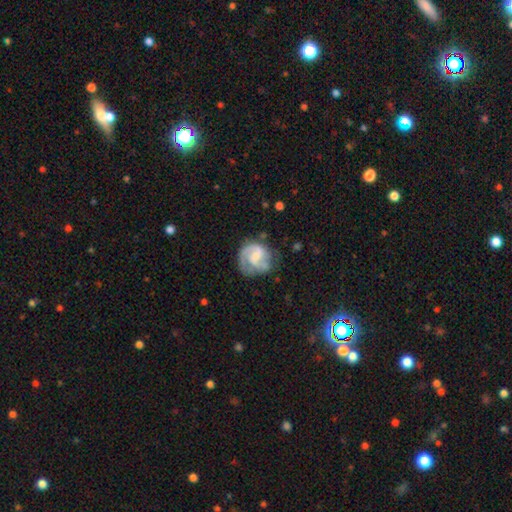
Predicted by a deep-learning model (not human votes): A featured or disk galaxy (71%) with a weak bar (48%), 2 (58%) medium (44%) spiral arms (90%) and no central bulge (37%). Merging: none (57%).